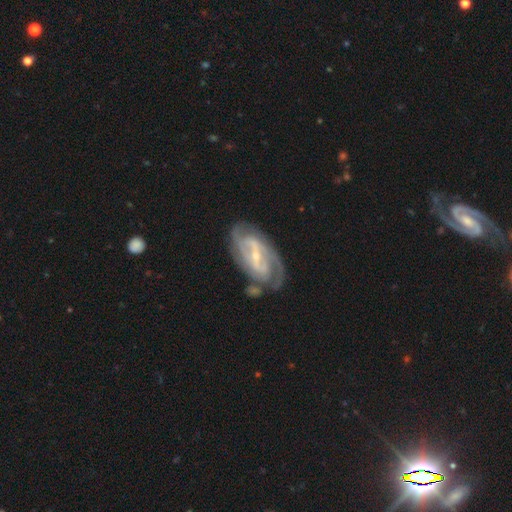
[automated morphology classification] Smooth or featured: featured or disk — 88% (smooth — 8%)
Edge-on disk: no — 95% (yes — 5%)
Bar: strong — 56% (weak — 33%)
Spiral arms: yes — 94% (no — 6%)
Spiral winding: tight — 50% (medium — 38%)
Spiral arm count: 2 — 64% (can't tell — 16%)
Bulge size: small — 70% (moderate — 27%)
Merging: none — 67% (minor disturbance — 19%)